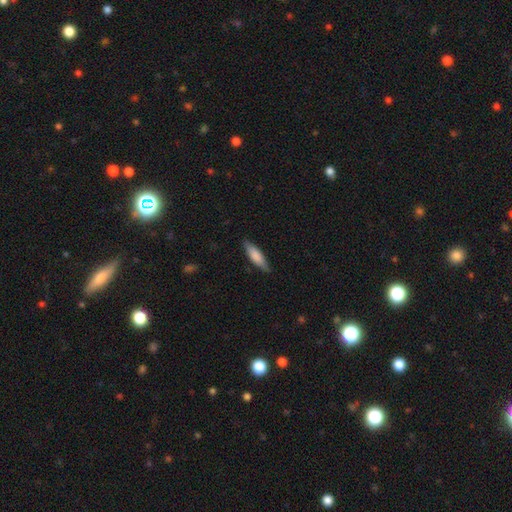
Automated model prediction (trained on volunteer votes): Q: Smooth or featured?
A: smooth (75%); runner-up: featured or disk (20%)
Q: How rounded?
A: cigar-shaped (61%); runner-up: in between (37%)
Q: Merging?
A: none (83%); runner-up: minor disturbance (13%)